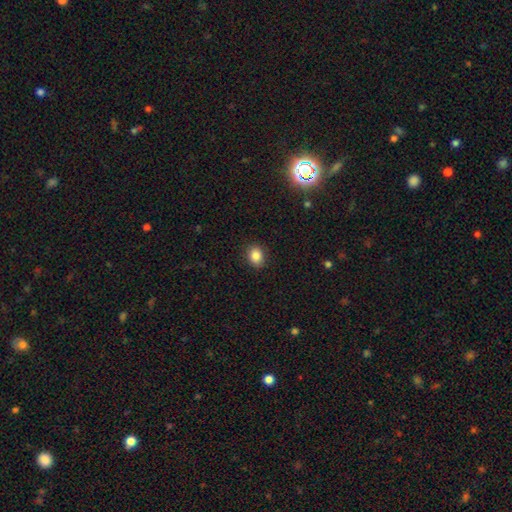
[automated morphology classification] Q: Smooth or featured?
A: smooth (86%); runner-up: star or artifact (10%)
Q: How rounded?
A: in between (50%); runner-up: round (49%)
Q: Merging?
A: none (88%); runner-up: minor disturbance (8%)